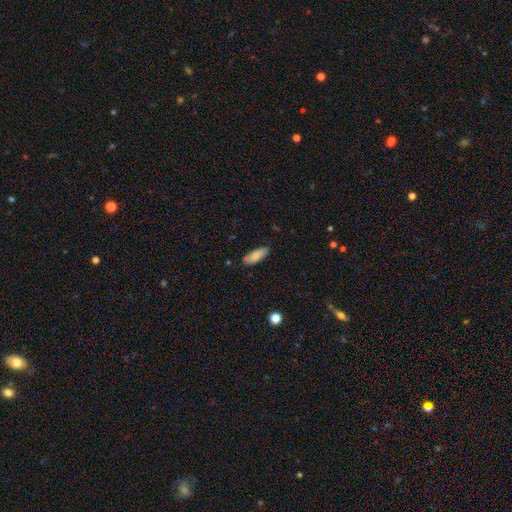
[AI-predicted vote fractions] A smooth galaxy with no disk features (79%) that is in between round and cigar-shaped (76%). Merging: none (83%).